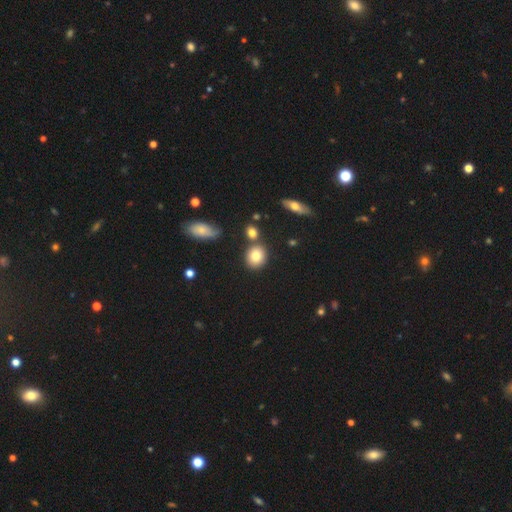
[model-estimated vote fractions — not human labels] Q: Smooth or featured?
A: smooth (79%); runner-up: featured or disk (11%)
Q: How rounded?
A: round (70%); runner-up: in between (29%)
Q: Merging?
A: none (76%); runner-up: merger (11%)